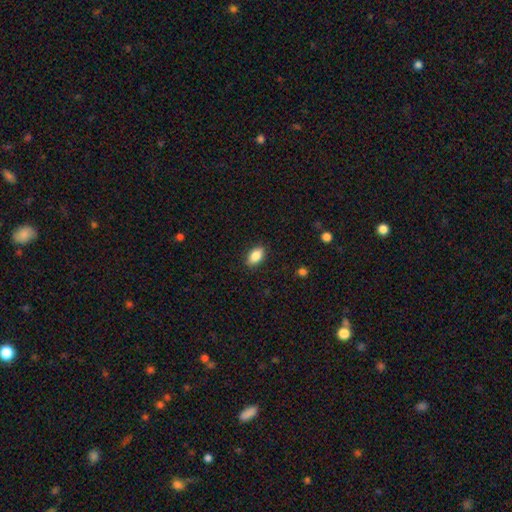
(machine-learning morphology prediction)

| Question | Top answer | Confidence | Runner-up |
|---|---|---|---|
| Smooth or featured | smooth | 86% | star or artifact (8%) |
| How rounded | in between | 90% | round (7%) |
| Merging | none | 88% | minor disturbance (9%) |